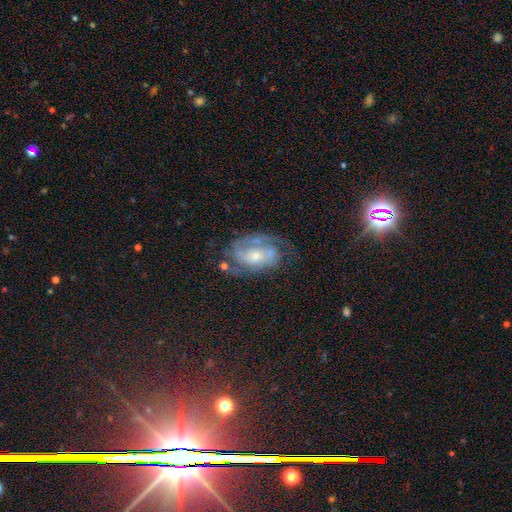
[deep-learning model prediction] smooth-or-featured: featured or disk: 83% | smooth: 11% | star or artifact: 7%
  disk-edge-on: no: 97% | yes: 3%
    bar: no: 65% | weak: 28% | strong: 7%
    has-spiral-arms: yes: 93% | no: 7%
      spiral-winding: tight: 48% | medium: 40% | loose: 13%
      spiral-arm-count: 2: 63% | can't tell: 16% | 1: 9% | 3: 7% | 4: 2% | more than 4: 2%
    bulge-size: small: 54% | moderate: 35% | large: 6% | none: 4% | dominant: 1%
  merging: none: 59% | minor disturbance: 21% | major disturbance: 16% | merger: 4%